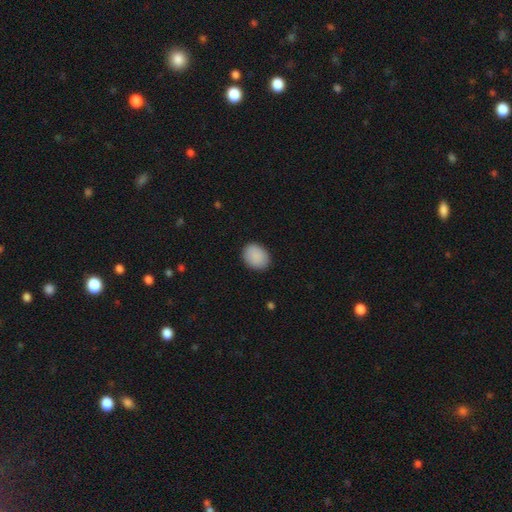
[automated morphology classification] The model was most divided on "how rounded": in between: 59%, round: 40%, cigar-shaped: 1%. More confident: smooth or featured — smooth (90%); merging — none (87%).